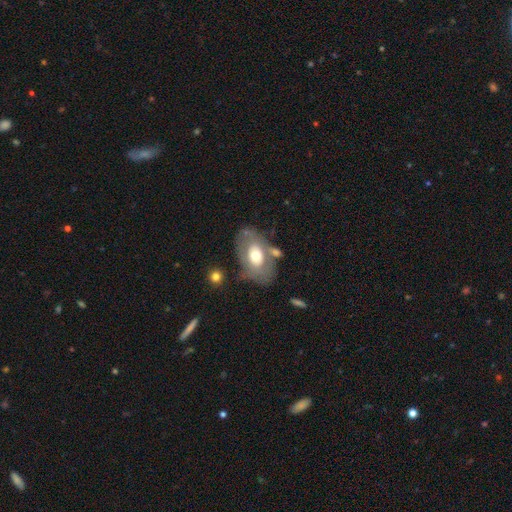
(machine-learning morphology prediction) A smooth galaxy with no disk features (49%). Merging: none (55%).